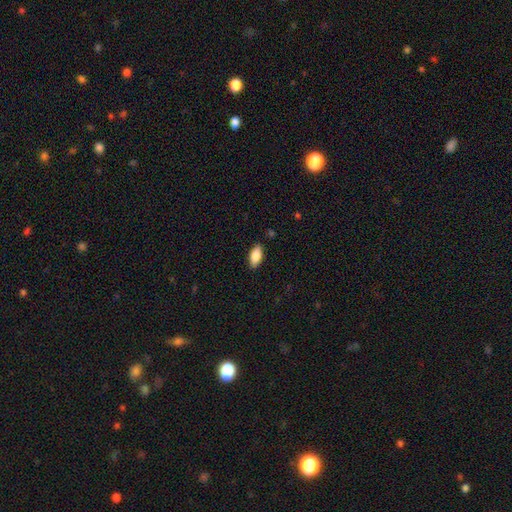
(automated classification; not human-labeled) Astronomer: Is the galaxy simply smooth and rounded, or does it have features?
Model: smooth — 86%.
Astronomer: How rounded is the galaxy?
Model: in between — 89%.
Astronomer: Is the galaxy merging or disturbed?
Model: none — 88%.